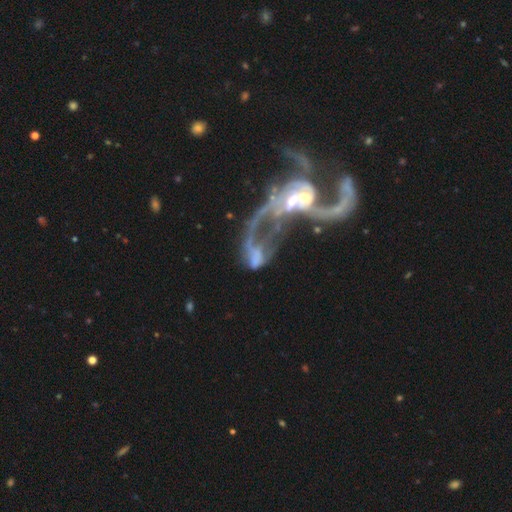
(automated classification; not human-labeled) Smooth or featured: featured or disk — 61% (smooth — 25%)
Edge-on disk: no — 95% (yes — 5%)
Bar: no — 75% (weak — 16%)
Spiral arms: no — 62% (yes — 38%)
Bulge size: none — 51% (moderate — 20%)
Merging: merger — 43% (major disturbance — 39%)